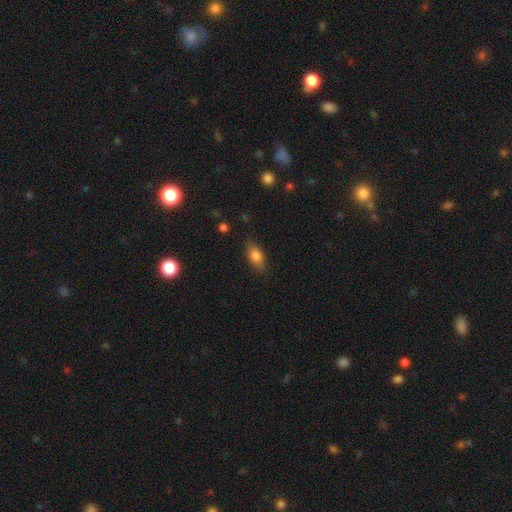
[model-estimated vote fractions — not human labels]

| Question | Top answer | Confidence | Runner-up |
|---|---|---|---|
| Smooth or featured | smooth | 78% | featured or disk (14%) |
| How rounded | in between | 84% | cigar-shaped (8%) |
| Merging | none | 81% | minor disturbance (14%) |